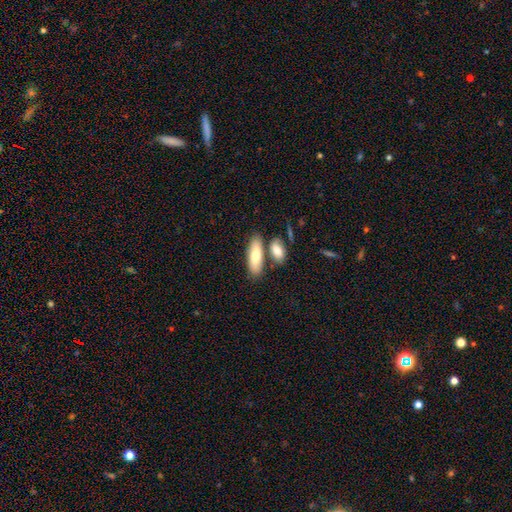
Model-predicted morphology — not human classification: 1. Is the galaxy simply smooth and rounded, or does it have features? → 76% smooth, 18% featured or disk, 6% star or artifact.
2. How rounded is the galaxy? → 66% in between, 32% cigar-shaped, 2% round.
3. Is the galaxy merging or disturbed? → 64% none, 22% merger, 11% minor disturbance, 3% major disturbance.